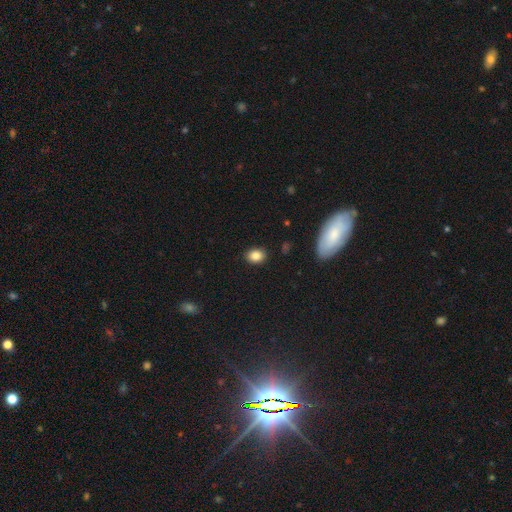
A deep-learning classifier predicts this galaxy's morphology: This appears to be a smooth galaxy with no disk features (86%) that is in between round and cigar-shaped (64%). Merging: none (87%).